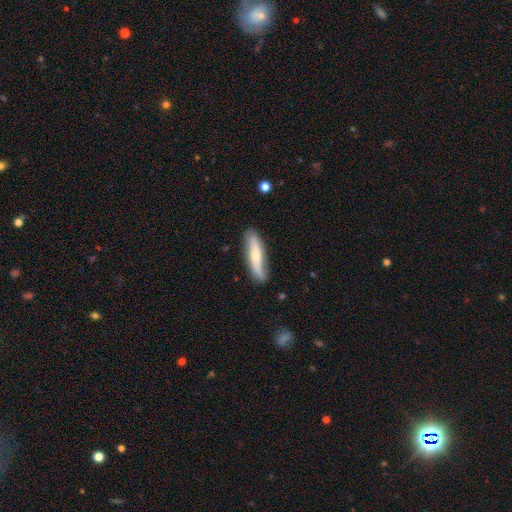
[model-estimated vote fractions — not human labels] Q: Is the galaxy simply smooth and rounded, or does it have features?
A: featured or disk — 50%.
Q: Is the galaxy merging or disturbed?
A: none — 78%.